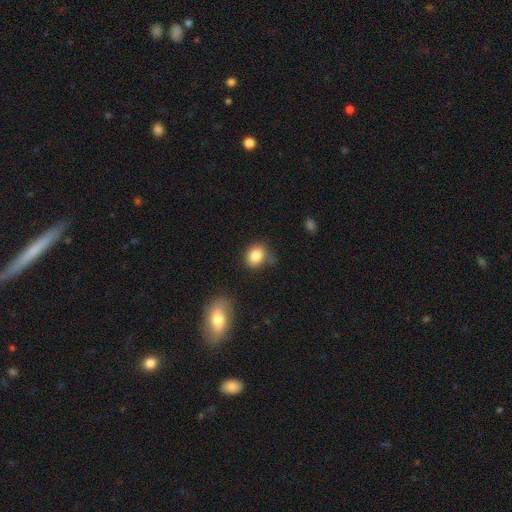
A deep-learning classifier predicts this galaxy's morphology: This appears to be a smooth galaxy with no disk features (84%) that is round (54%). Merging: none (70%).